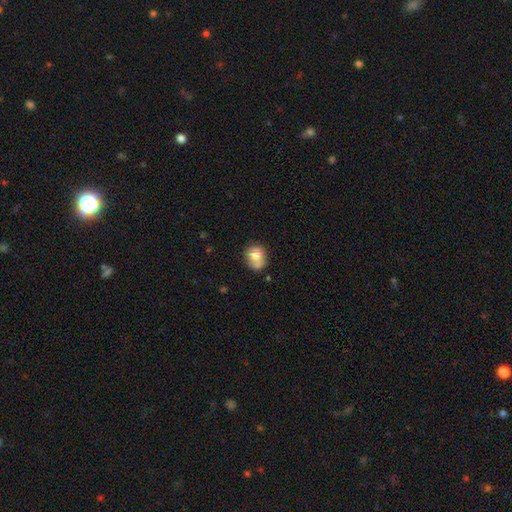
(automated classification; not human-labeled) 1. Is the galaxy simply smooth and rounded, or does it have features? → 73% smooth, 17% featured or disk, 9% star or artifact.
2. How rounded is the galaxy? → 75% round, 24% in between, 1% cigar-shaped.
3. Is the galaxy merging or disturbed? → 47% none, 27% merger, 19% minor disturbance, 7% major disturbance.